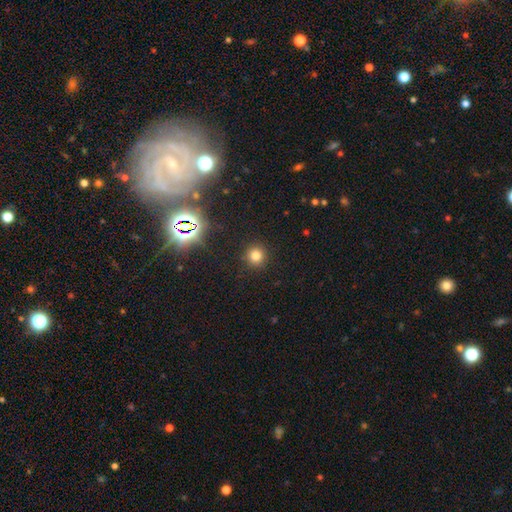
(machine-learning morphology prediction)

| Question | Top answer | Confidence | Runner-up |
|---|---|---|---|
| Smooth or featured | smooth | 76% | star or artifact (18%) |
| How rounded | round | 93% | in between (6%) |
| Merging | none | 91% | minor disturbance (6%) |